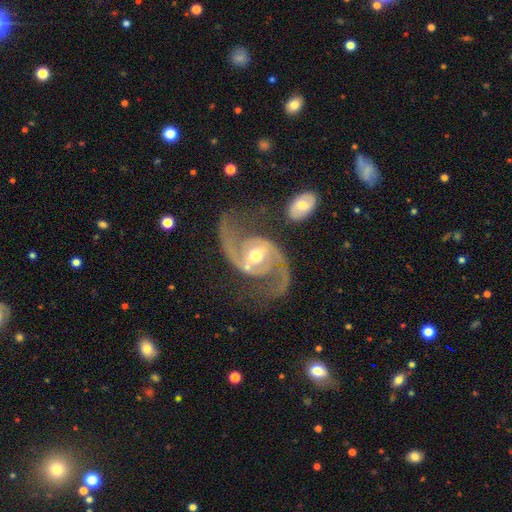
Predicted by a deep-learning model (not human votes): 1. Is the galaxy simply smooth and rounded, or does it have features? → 93% featured or disk, 4% star or artifact, 3% smooth.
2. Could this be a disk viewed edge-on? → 98% no, 2% yes.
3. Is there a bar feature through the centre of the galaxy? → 42% weak, 36% strong, 22% no.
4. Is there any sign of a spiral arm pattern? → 98% yes, 2% no.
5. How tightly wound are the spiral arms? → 48% medium, 42% loose, 10% tight.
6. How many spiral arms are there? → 94% 2, 1% can't tell, 1% 1, 1% 3, 1% 4, 1% more than 4.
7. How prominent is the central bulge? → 68% moderate, 24% small, 5% large, 1% none, 1% dominant.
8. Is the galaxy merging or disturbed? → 68% none, 15% minor disturbance, 12% major disturbance, 6% merger.